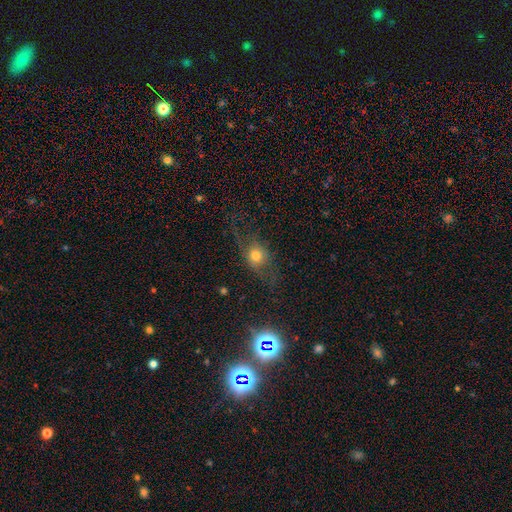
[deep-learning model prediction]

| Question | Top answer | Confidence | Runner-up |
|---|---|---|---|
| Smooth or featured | smooth | 48% | featured or disk (37%) |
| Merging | none | 52% | major disturbance (26%) |